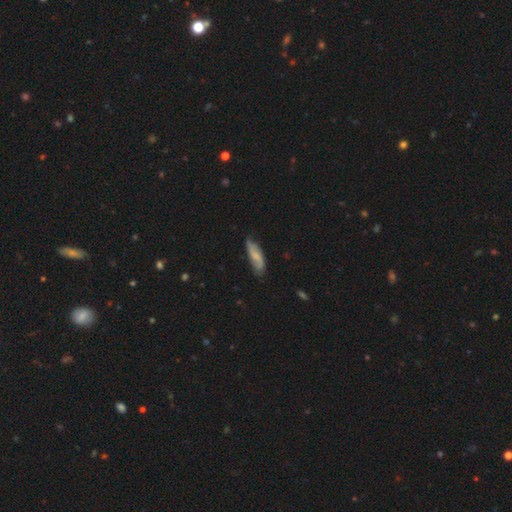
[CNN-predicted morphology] smooth-or-featured: smooth: 54% | featured or disk: 40% | star or artifact: 7%
  how-rounded: in between: 55% | cigar-shaped: 43% | round: 2%
  merging: none: 67% | minor disturbance: 26% | major disturbance: 5% | merger: 2%